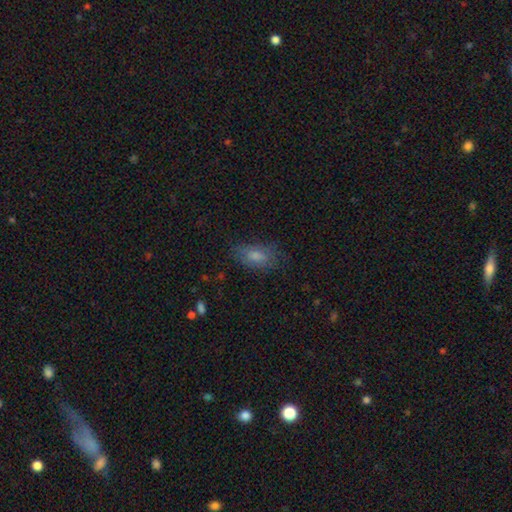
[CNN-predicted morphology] A smooth galaxy with no disk features (66%) that is in between round and cigar-shaped (84%). Merging: none (71%).